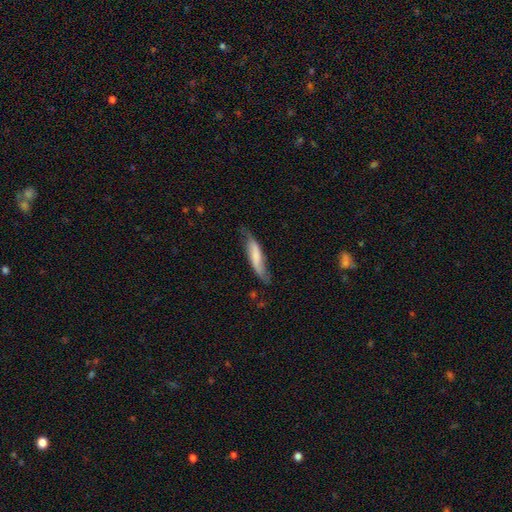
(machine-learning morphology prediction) Smooth or featured? smooth (51%)
How rounded? cigar-shaped (76%)
Merging? none (55%)